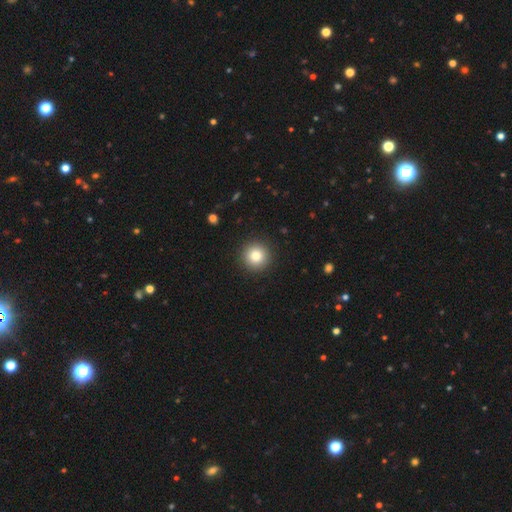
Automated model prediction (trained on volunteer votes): Q: Smooth or featured?
A: smooth (83%); runner-up: star or artifact (10%)
Q: How rounded?
A: round (95%); runner-up: in between (4%)
Q: Merging?
A: none (92%); runner-up: minor disturbance (5%)